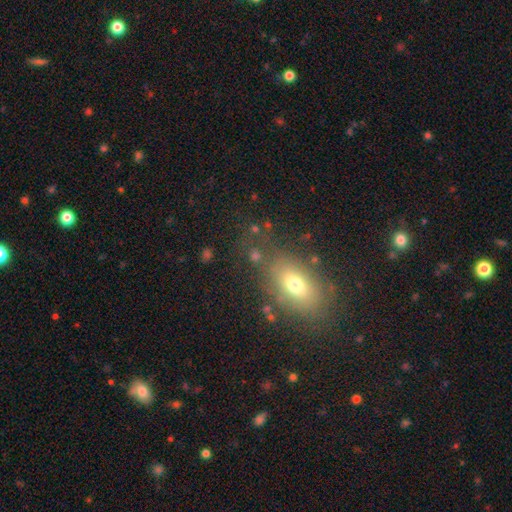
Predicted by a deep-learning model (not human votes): This is likely a smooth galaxy (64%). How rounded: likely in between (67%). Merging: likely none (70%).